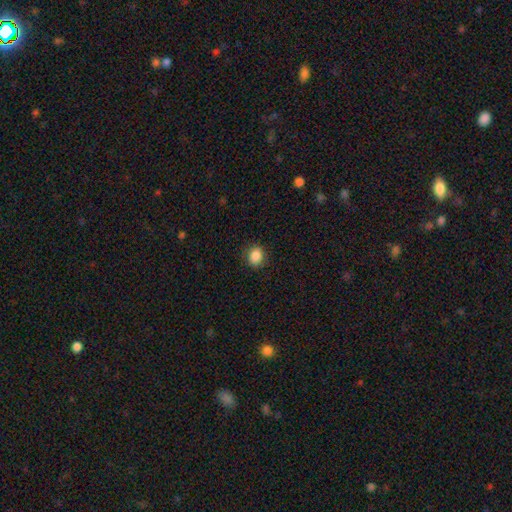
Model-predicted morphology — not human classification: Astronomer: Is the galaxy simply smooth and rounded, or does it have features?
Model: smooth — 87%.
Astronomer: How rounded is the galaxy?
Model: round — 66%.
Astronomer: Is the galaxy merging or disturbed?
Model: none — 87%.